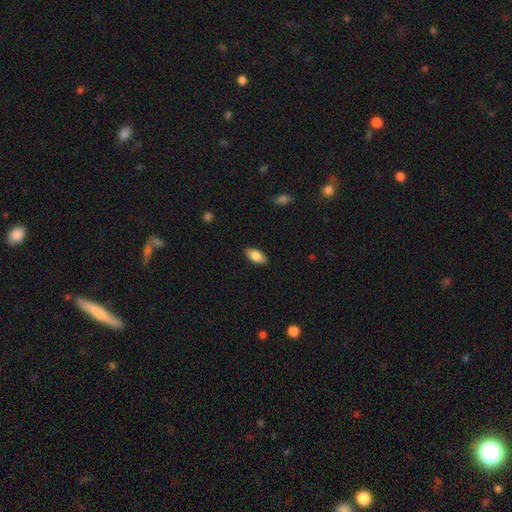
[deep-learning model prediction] Overall: smooth (84%). How rounded: in between (90%). Merging: none (88%).